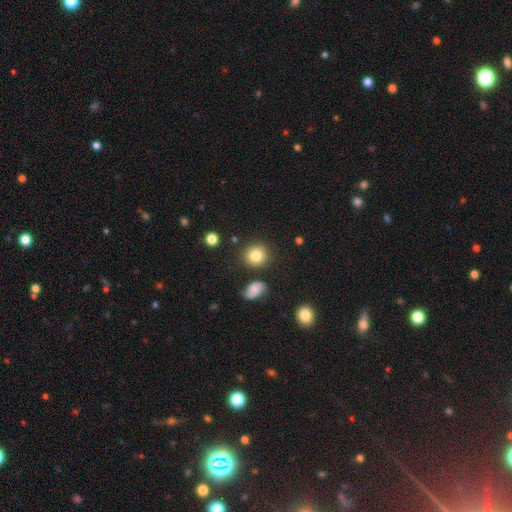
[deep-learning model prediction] This is clearly a smooth galaxy (82%). How rounded: clearly round (87%). Merging: clearly none (84%).